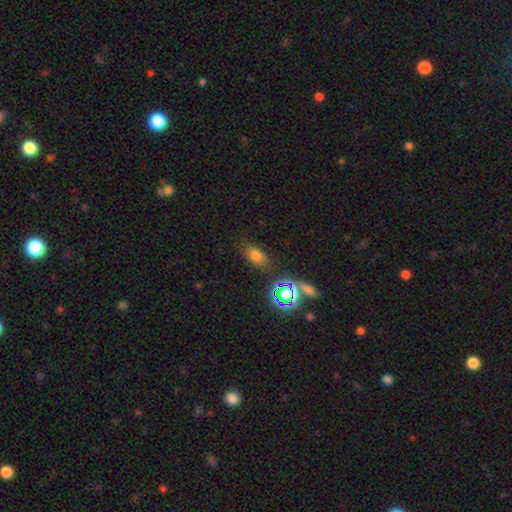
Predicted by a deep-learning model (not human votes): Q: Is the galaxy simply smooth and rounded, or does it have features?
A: smooth — 68%.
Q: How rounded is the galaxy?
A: in between — 80%.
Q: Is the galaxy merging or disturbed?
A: none — 77%.